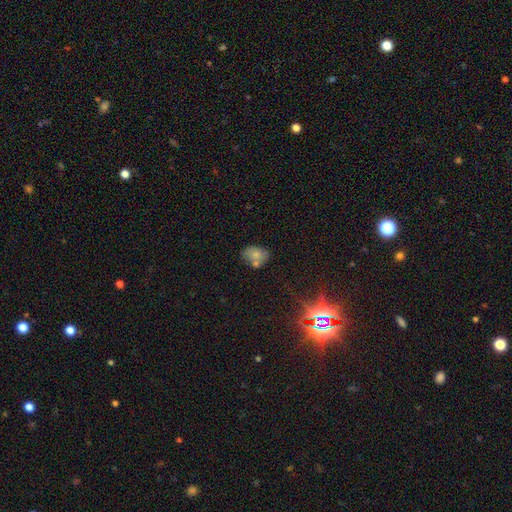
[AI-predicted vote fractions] This appears to be a smooth galaxy with no disk features (73%) that is in between round and cigar-shaped (74%). Merging: none (53%).